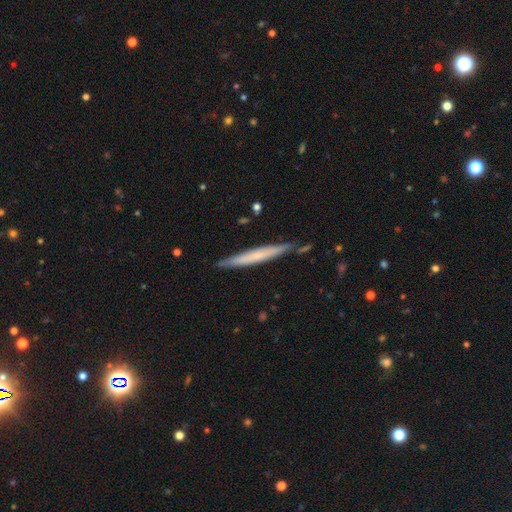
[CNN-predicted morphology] type=smooth (50%); roundness=cigar-shaped (96%); merging=none (84%).